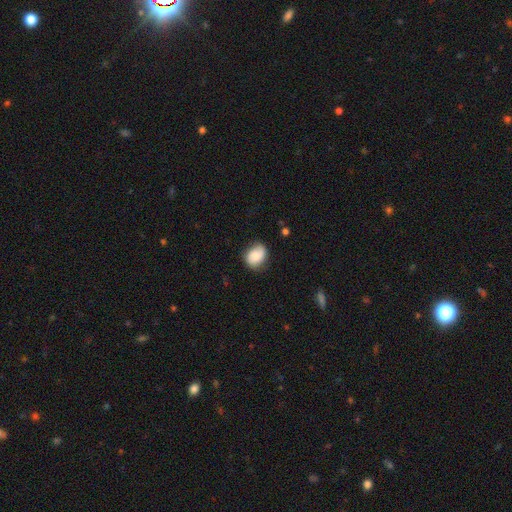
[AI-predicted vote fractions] smooth_or_featured: smooth (p=0.71) [alt: featured or disk p=0.21]
how_rounded: in between (p=0.57) [alt: round p=0.42]
merging: none (p=0.69) [alt: minor disturbance p=0.24]